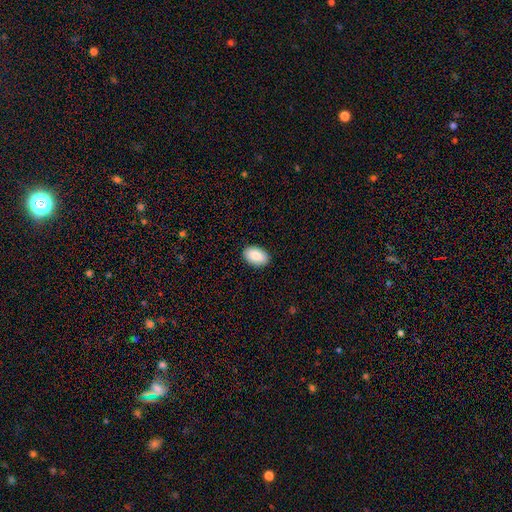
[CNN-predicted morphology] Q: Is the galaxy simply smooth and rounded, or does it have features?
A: smooth — 87%.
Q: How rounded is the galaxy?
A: in between — 91%.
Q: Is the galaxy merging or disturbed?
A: none — 90%.